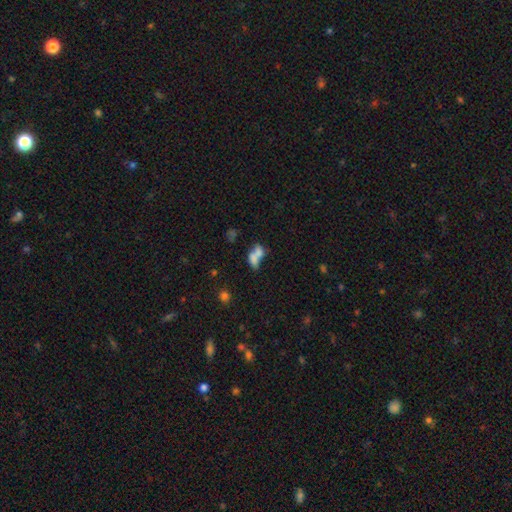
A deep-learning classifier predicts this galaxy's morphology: smooth 65%, featured or disk 22%, star or artifact 13%. Down the decision tree: how rounded — in between (75%); merging — merger (63%).